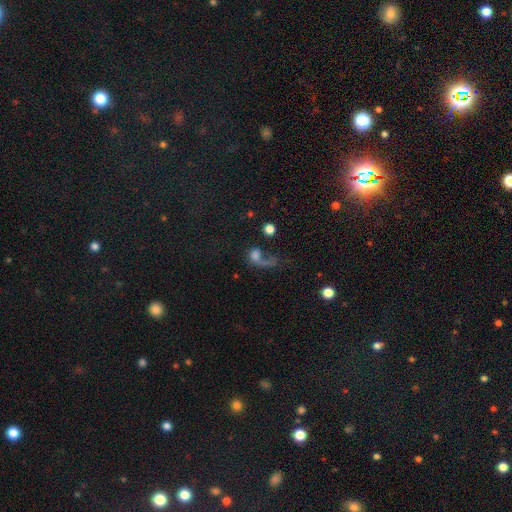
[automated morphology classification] smooth_or_featured: smooth (p=0.54) [alt: featured or disk p=0.31]
how_rounded: round (p=0.58) [alt: in between p=0.38]
merging: major disturbance (p=0.45) [alt: none p=0.25]